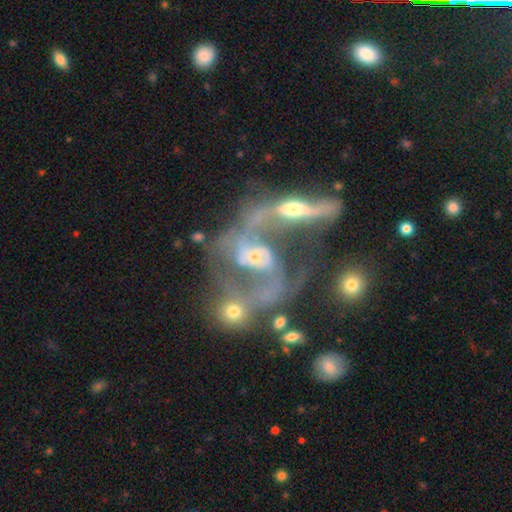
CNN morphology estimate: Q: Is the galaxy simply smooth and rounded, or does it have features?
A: star or artifact — 49%.